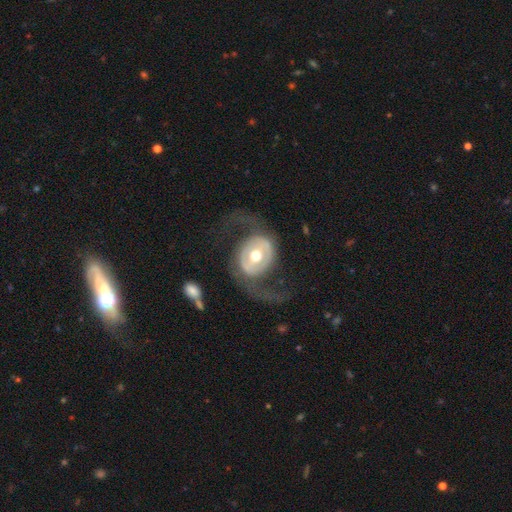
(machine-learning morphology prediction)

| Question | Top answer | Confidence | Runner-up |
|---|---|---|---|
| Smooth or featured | featured or disk | 77% | smooth (18%) |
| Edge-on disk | no | 95% | yes (5%) |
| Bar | no | 53% | weak (28%) |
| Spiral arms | yes | 66% | no (34%) |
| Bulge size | moderate | 75% | large (13%) |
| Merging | none | 62% | major disturbance (24%) |